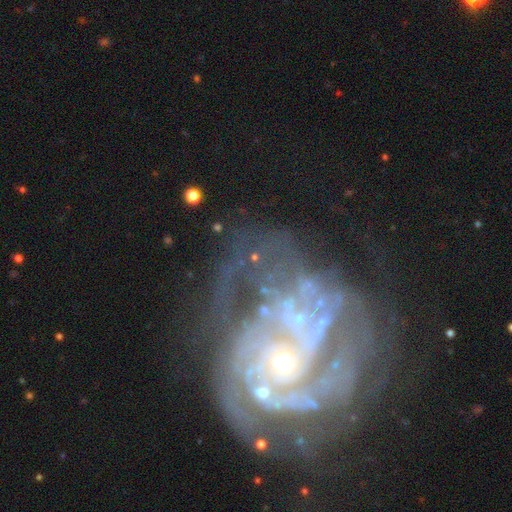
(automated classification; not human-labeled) Smooth or featured? featured or disk (85%)
Edge-on disk? no (98%)
Bar? no (74%)
Spiral arms? yes (85%)
Spiral winding? tight (46%)
Spiral arm count? can't tell (33%)
Bulge size? small (74%)
Merging? none (39%)